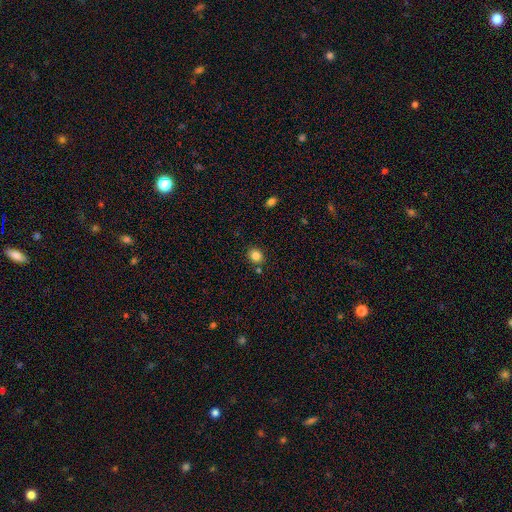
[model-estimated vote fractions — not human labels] This is clearly a smooth galaxy (84%). How rounded: likely round (70%). Merging: clearly none (83%).